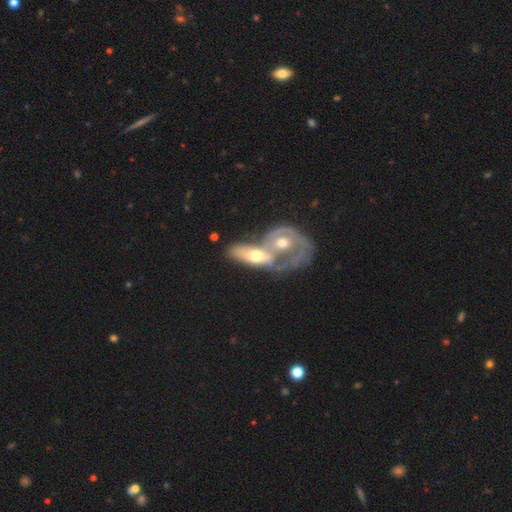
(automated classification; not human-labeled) featured or disk 62%, smooth 32%, star or artifact 6%. Down the decision tree: edge-on disk — no (83%); bar — no (79%); spiral arms — no (56%); bulge size — moderate (72%); merging — merger (73%).